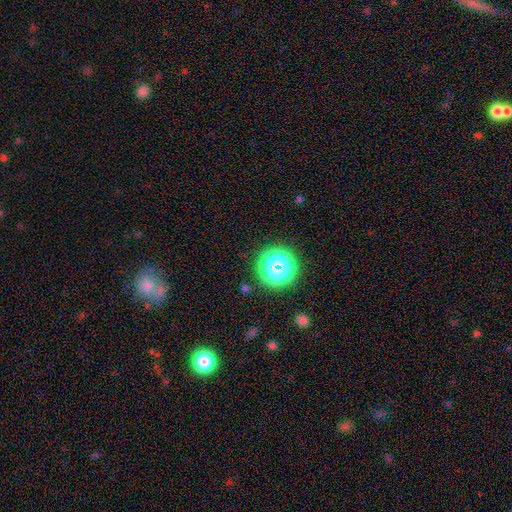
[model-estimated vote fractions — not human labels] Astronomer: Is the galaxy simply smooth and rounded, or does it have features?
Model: star or artifact — 70%.